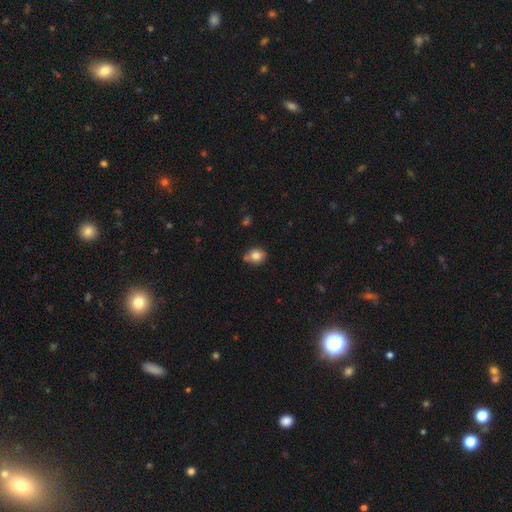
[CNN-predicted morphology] smooth 80%, featured or disk 10%, star or artifact 10%. Down the decision tree: how rounded — round (62%); merging — none (62%).